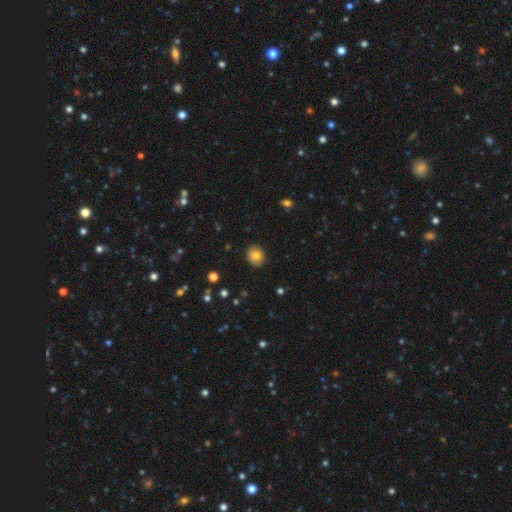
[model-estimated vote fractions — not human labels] Morphology: type=smooth (80%); roundness=round (63%); merging=none (89%).